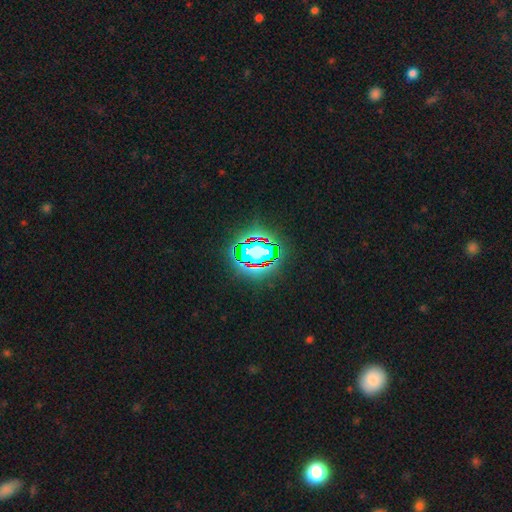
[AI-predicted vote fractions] star or artifact 81%, smooth 12%, featured or disk 7%.